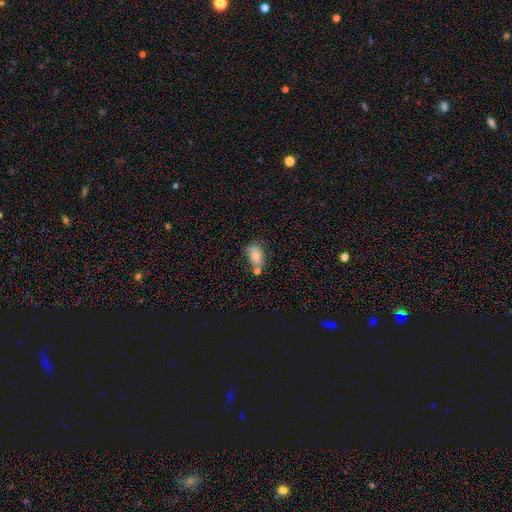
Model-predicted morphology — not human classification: Smooth or featured? Predicted: smooth (p=0.77). How rounded? Predicted: in between (p=0.88). Merging? Predicted: none (p=0.45).